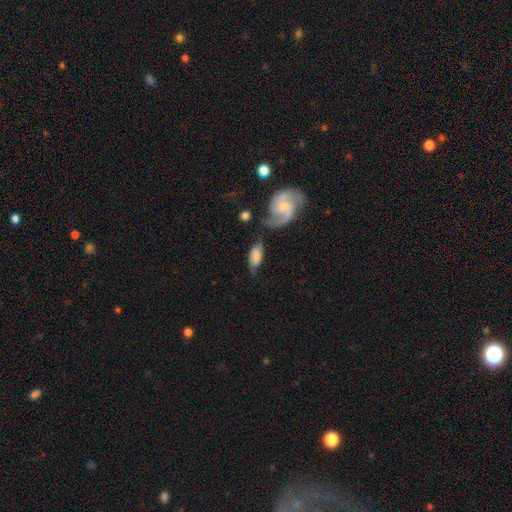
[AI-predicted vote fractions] Overall: smooth (53%; featured or disk 39%). How rounded: in between (90%). Merging: none (43%; minor disturbance 27%).